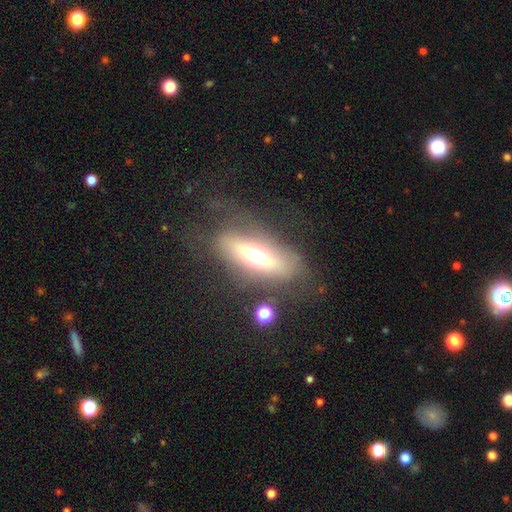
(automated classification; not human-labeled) Morphology: type=featured or disk (48%); merging=none (56%).